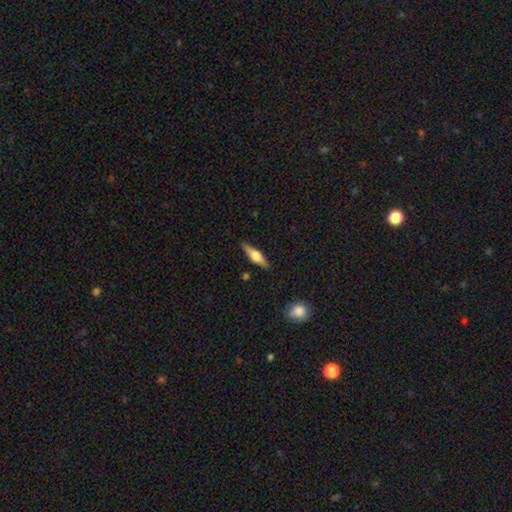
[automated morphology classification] This appears to be a featured or disk galaxy (66%) viewed edge-on (97%) with a rounded central bulge (92%). Merging: none (89%).